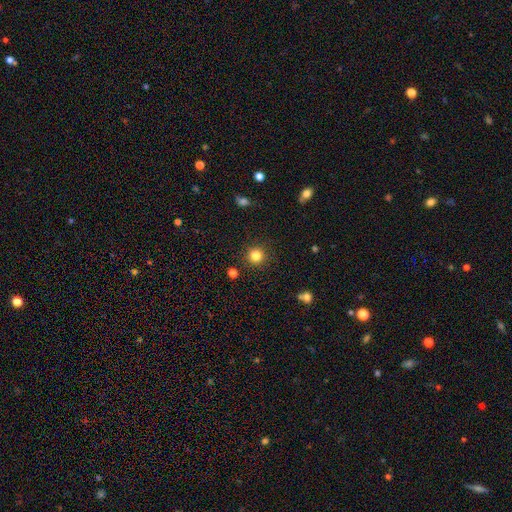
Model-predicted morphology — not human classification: A smooth galaxy with no disk features (83%) that is round (94%).

Vote fractions:
- Smooth or featured? smooth: 83% / star or artifact: 12% / featured or disk: 5%
- How rounded? round: 94% / in between: 5% / cigar-shaped: 1%
- Merging? none: 90% / minor disturbance: 6% / major disturbance: 2% / merger: 2%